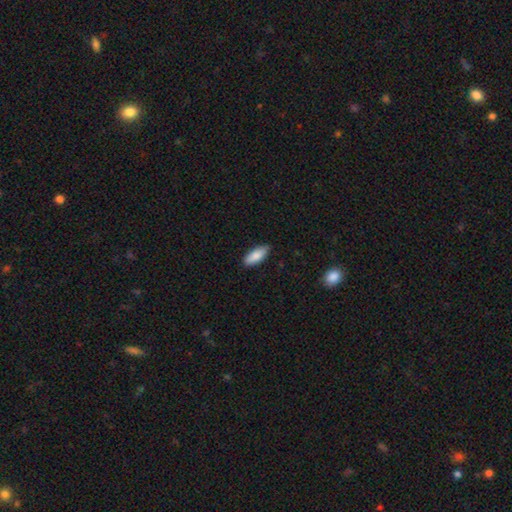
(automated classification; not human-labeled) Smooth or featured? Predicted: smooth (p=0.85). How rounded? Predicted: in between (p=0.75). Merging? Predicted: none (p=0.85).